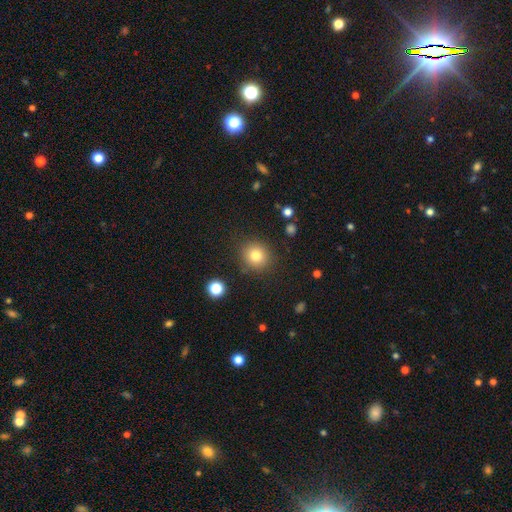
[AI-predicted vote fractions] A smooth galaxy with no disk features (80%) that is round (88%). Merging: none (87%).